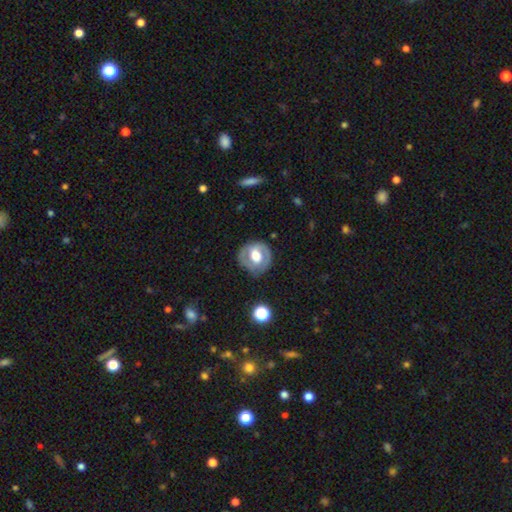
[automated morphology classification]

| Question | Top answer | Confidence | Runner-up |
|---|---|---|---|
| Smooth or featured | featured or disk | 66% | smooth (27%) |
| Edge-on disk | no | 96% | yes (4%) |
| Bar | no | 43% | weak (39%) |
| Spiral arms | yes | 66% | no (34%) |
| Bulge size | moderate | 49% | large (40%) |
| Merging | none | 77% | minor disturbance (15%) |